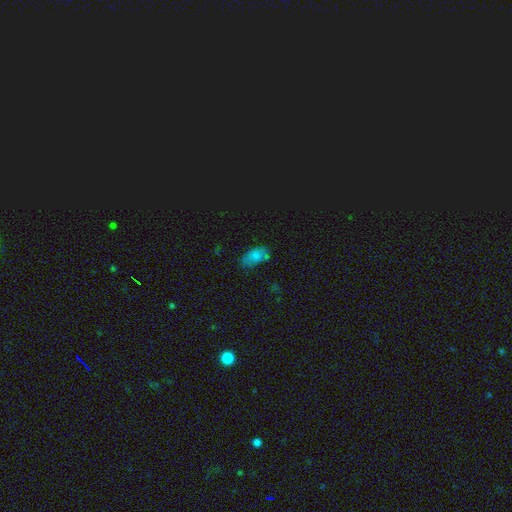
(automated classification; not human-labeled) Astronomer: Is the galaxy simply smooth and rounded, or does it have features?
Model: smooth — 72%.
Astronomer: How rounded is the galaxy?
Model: in between — 90%.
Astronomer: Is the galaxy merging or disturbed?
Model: none — 63%.